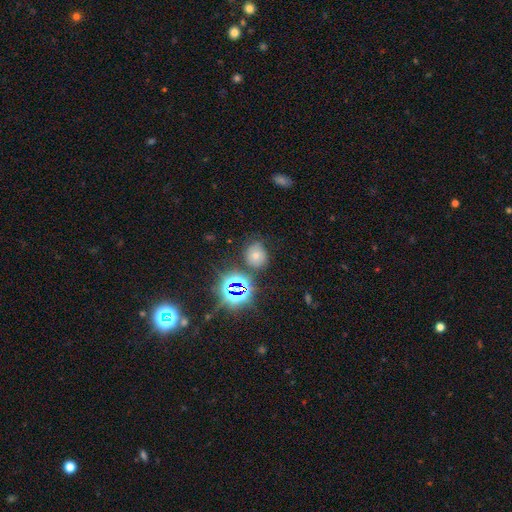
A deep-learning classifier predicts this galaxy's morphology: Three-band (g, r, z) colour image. It shows a smooth galaxy with no disk features (54%) that is round (72%). Merging: none (71%).